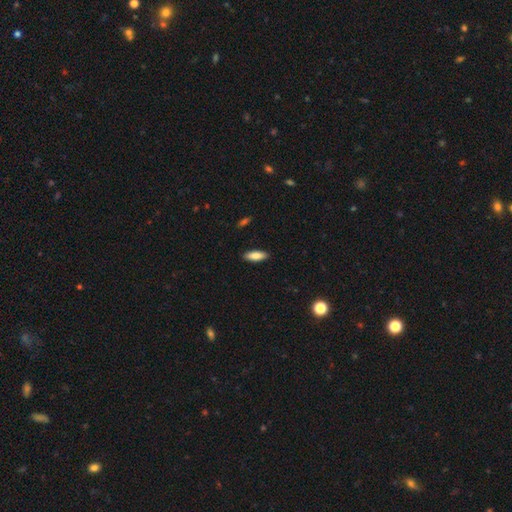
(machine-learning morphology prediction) Smooth or featured? Predicted: smooth (p=0.85). How rounded? Predicted: in between (p=0.67). Merging? Predicted: none (p=0.89).